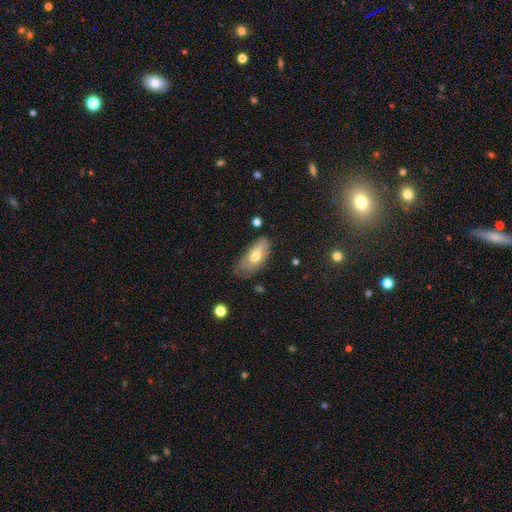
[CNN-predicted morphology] smooth 60%, featured or disk 33%, star or artifact 7%. Down the decision tree: how rounded — in between (88%); merging — none (50%).